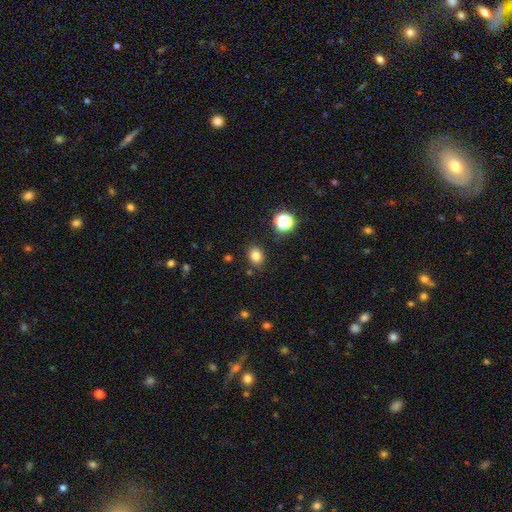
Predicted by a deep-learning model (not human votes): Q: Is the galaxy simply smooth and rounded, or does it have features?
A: smooth — 80%.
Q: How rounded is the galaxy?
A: round — 51%.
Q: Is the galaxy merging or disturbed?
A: none — 84%.